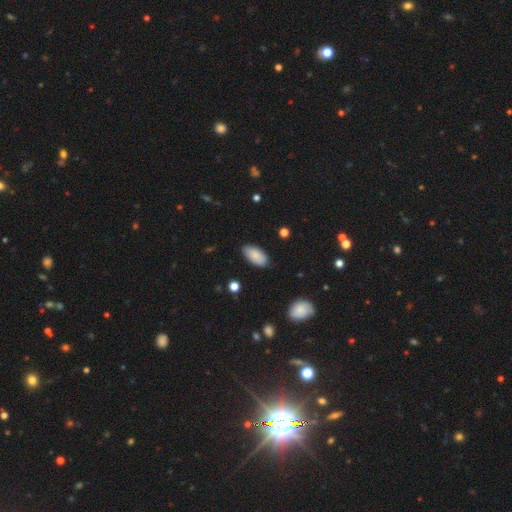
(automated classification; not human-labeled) This appears to be a smooth galaxy with no disk features (87%) that is in between round and cigar-shaped (94%). Merging: none (85%).